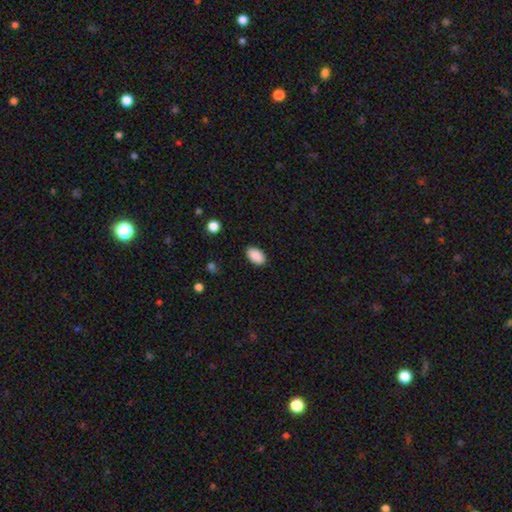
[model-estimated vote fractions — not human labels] This appears to be a smooth galaxy with no disk features (90%) that is in between round and cigar-shaped (93%). Merging: none (88%).